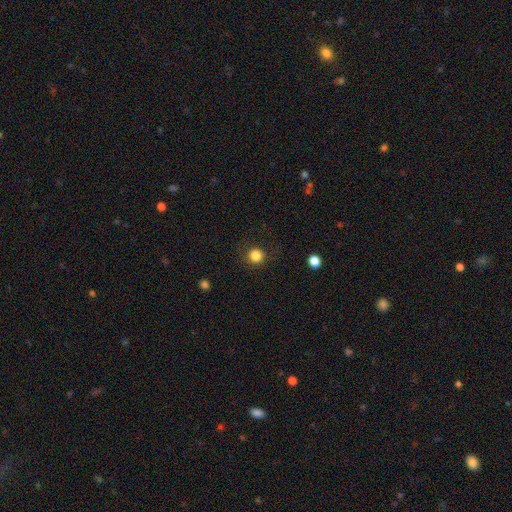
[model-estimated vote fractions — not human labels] The model was most divided on "smooth or featured": smooth: 85%, star or artifact: 11%, featured or disk: 4%. More confident: how rounded — round (94%); merging — none (88%).